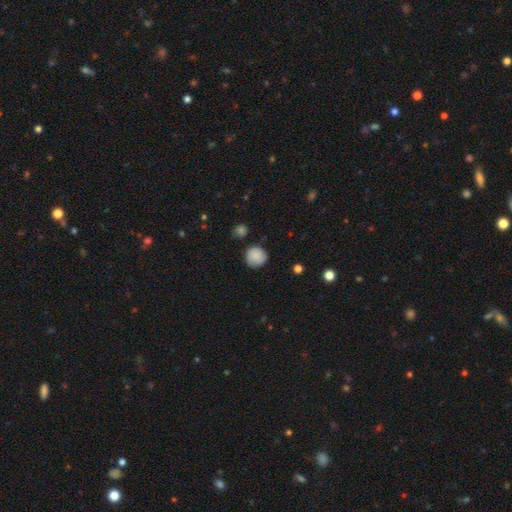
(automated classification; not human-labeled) smooth-or-featured: smooth: 87% | star or artifact: 8% | featured or disk: 5%
  how-rounded: round: 91% | in between: 8% | cigar-shaped: 1%
  merging: none: 82% | minor disturbance: 13% | major disturbance: 3% | merger: 2%